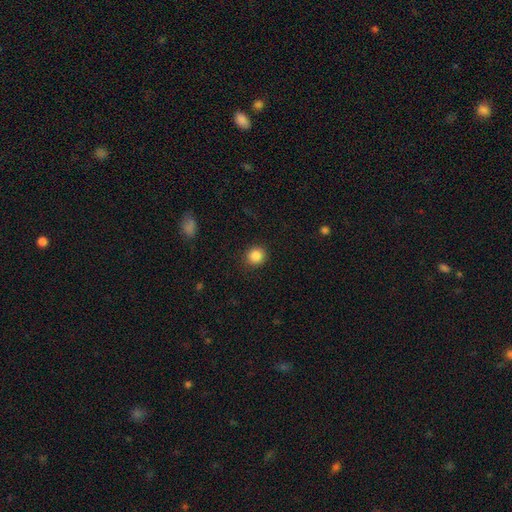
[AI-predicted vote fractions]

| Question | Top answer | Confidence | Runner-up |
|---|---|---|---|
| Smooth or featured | smooth | 86% | star or artifact (10%) |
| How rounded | round | 90% | in between (9%) |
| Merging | none | 90% | minor disturbance (7%) |